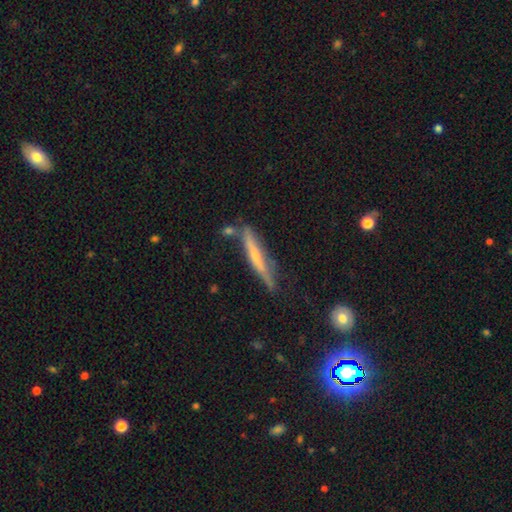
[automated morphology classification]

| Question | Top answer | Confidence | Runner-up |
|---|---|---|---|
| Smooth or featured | featured or disk | 54% | smooth (40%) |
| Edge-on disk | yes | 93% | no (7%) |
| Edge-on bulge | rounded | 48% | none (42%) |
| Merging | none | 73% | minor disturbance (18%) |